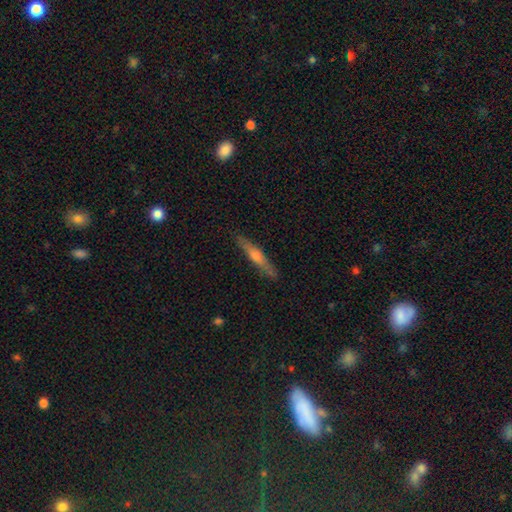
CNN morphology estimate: Overall: featured or disk (55%; smooth 39%). Edge-on disk: yes (95%). Edge-on bulge: rounded (76%). Merging: none (88%).